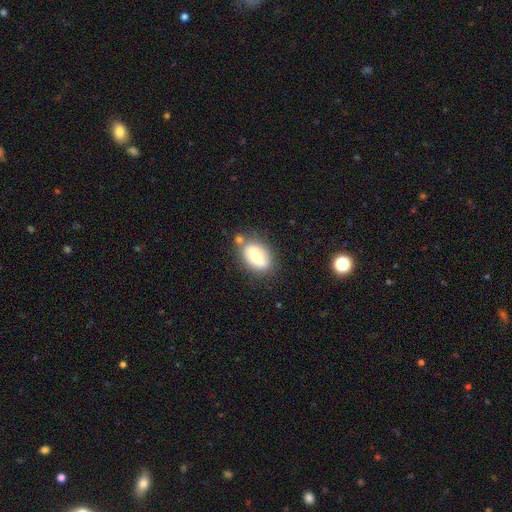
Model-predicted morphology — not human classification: Smooth or featured? Predicted: smooth (p=0.74). How rounded? Predicted: in between (p=0.86). Merging? Predicted: none (p=0.66).